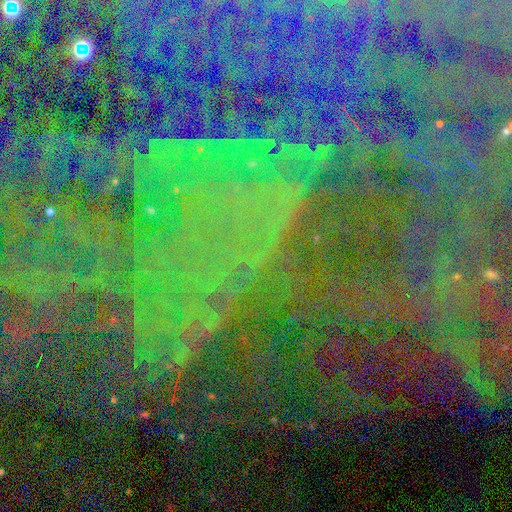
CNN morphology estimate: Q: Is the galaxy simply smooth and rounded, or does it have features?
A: star or artifact — 85%.